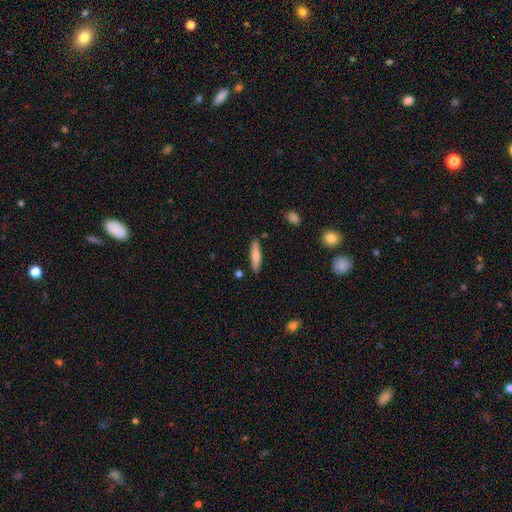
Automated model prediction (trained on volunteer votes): smooth 73%, featured or disk 20%, star or artifact 6%. Down the decision tree: how rounded — cigar-shaped (80%); merging — none (86%).